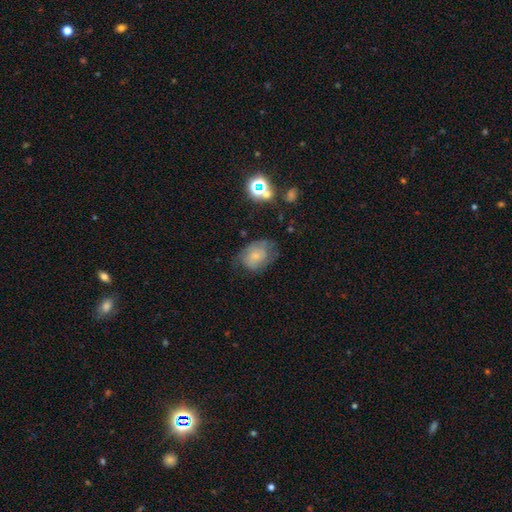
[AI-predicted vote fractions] The model was most divided on "smooth or featured": smooth: 51%, featured or disk: 36%, star or artifact: 13%. More confident: how rounded — in between (65%); merging — none (52%).